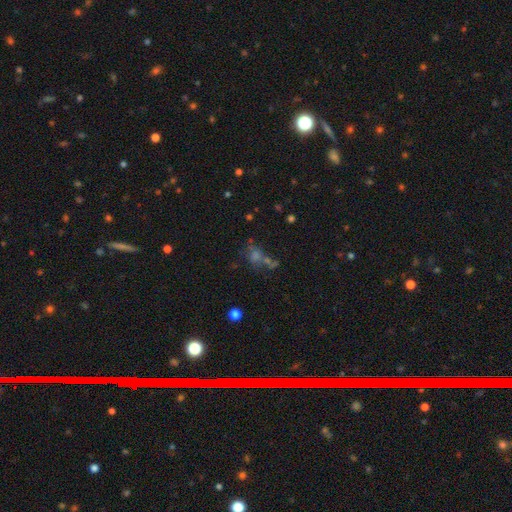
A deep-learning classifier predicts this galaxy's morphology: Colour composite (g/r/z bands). It shows a smooth galaxy with no disk features (39%). Merging: none (43%).